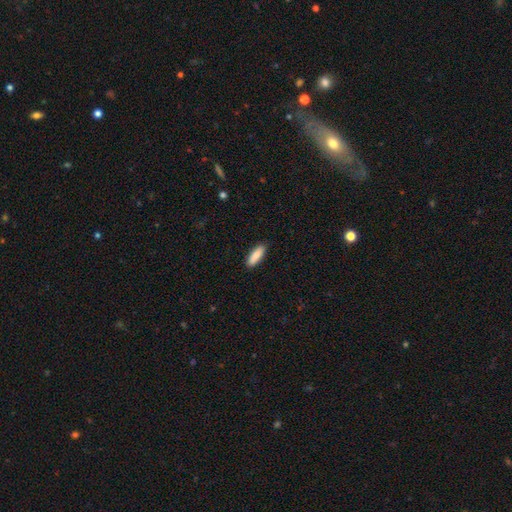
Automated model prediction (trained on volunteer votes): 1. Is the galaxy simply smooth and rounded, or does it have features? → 88% smooth, 7% featured or disk, 6% star or artifact.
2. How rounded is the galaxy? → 54% in between, 45% cigar-shaped, 2% round.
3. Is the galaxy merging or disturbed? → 90% none, 8% minor disturbance, 2% major disturbance, 1% merger.